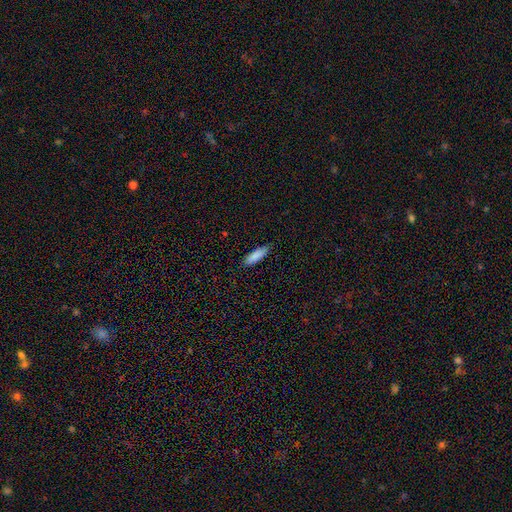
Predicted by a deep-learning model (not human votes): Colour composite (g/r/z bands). It shows a smooth galaxy with no disk features (87%) that is cigar-shaped (53%). Merging: none (86%).